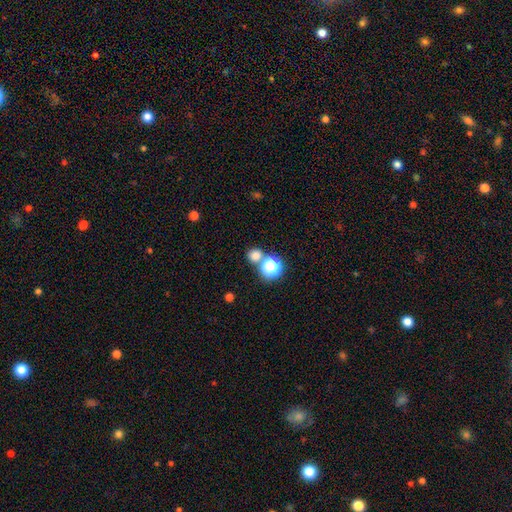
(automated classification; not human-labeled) Smooth or featured? Predicted: smooth (p=0.73). How rounded? Predicted: round (p=0.82). Merging? Predicted: none (p=0.63).